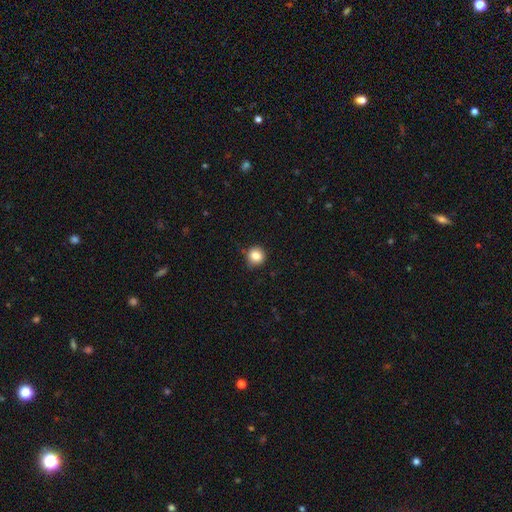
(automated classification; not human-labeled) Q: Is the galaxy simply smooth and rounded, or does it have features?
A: smooth — 84%.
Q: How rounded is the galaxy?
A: round — 92%.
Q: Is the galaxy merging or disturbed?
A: none — 84%.